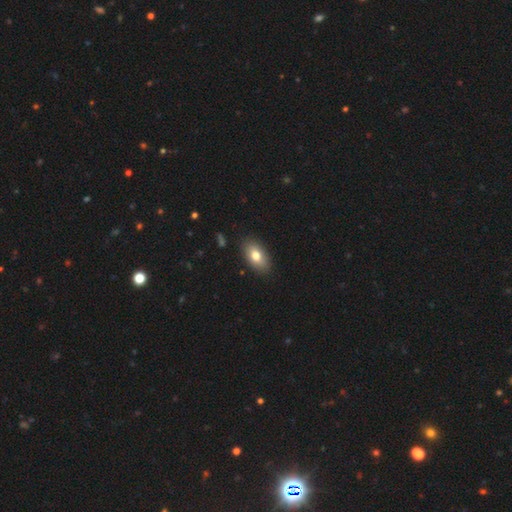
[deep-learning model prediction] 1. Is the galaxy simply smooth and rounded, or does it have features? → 77% smooth, 16% featured or disk, 7% star or artifact.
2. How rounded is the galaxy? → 91% in between, 6% round, 2% cigar-shaped.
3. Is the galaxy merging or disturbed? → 87% none, 9% minor disturbance, 2% major disturbance, 1% merger.